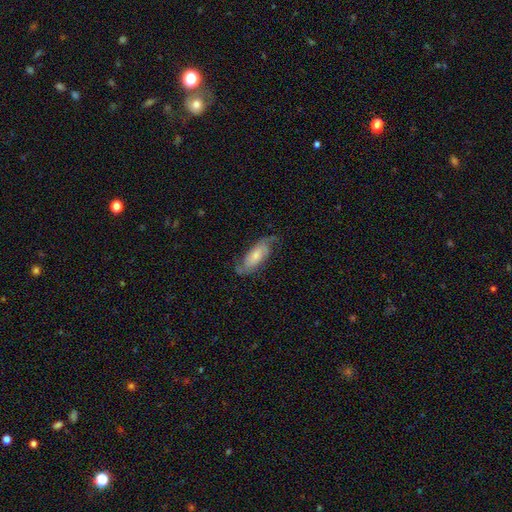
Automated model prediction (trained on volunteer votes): This appears to be a featured or disk galaxy (67%) with no bar (61%), 2 (83%) medium (41%) spiral arms (92%) and a small central bulge (46%). Merging: none (67%).